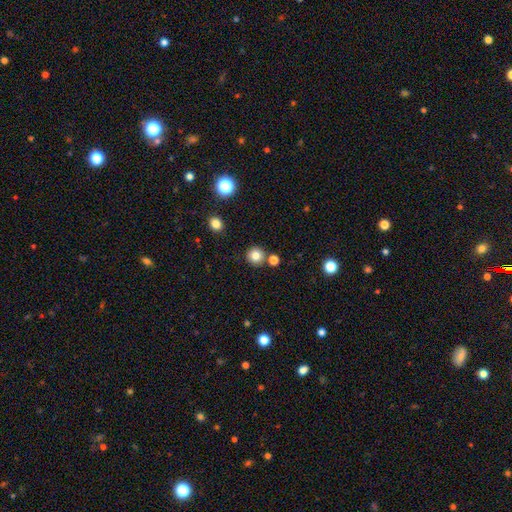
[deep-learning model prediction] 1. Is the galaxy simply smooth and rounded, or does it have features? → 81% smooth, 12% star or artifact, 6% featured or disk.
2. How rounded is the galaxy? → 93% round, 6% in between, 1% cigar-shaped.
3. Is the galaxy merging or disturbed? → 83% none, 8% merger, 7% minor disturbance, 2% major disturbance.